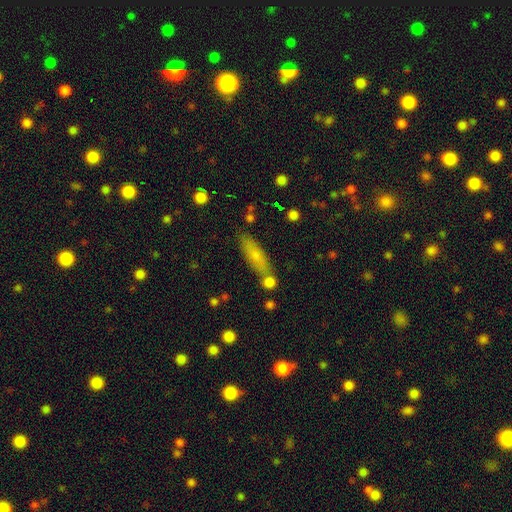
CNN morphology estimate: Smooth or featured? smooth (71%)
How rounded? cigar-shaped (59%)
Merging? none (72%)